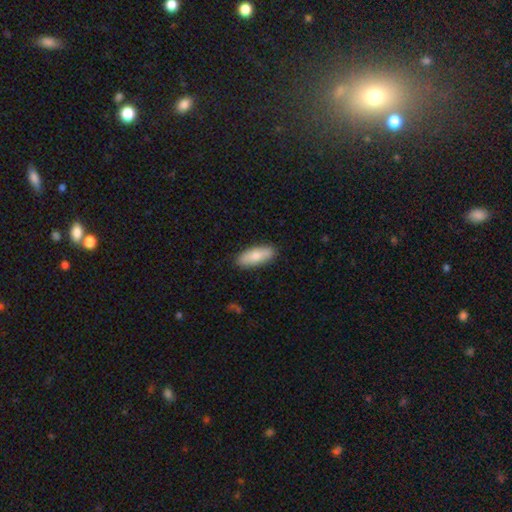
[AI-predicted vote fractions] The model was most divided on "how rounded": in between: 70%, cigar-shaped: 28%, round: 2%. More confident: merging — none (87%); smooth or featured — smooth (80%).